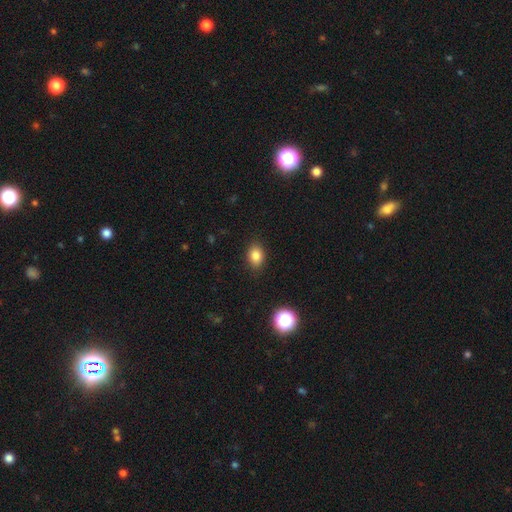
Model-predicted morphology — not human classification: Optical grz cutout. It shows a smooth galaxy with no disk features (83%) that is in between round and cigar-shaped (70%). Merging: none (87%).